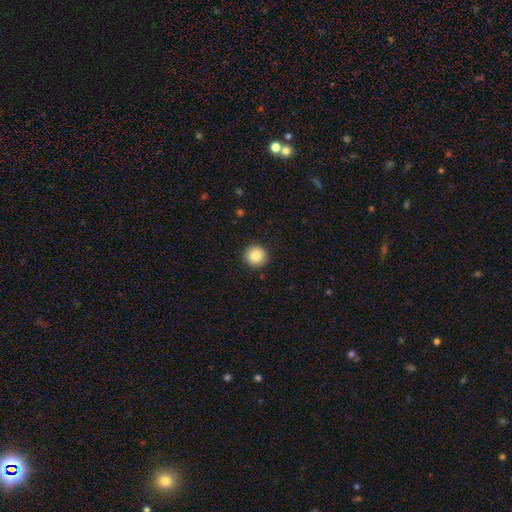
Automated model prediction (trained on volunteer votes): A smooth galaxy with no disk features (85%) that is round (95%).

Vote fractions:
- Smooth or featured? smooth: 85% / star or artifact: 9% / featured or disk: 6%
- How rounded? round: 95% / in between: 4% / cigar-shaped: 1%
- Merging? none: 92% / minor disturbance: 6% / major disturbance: 2% / merger: 1%